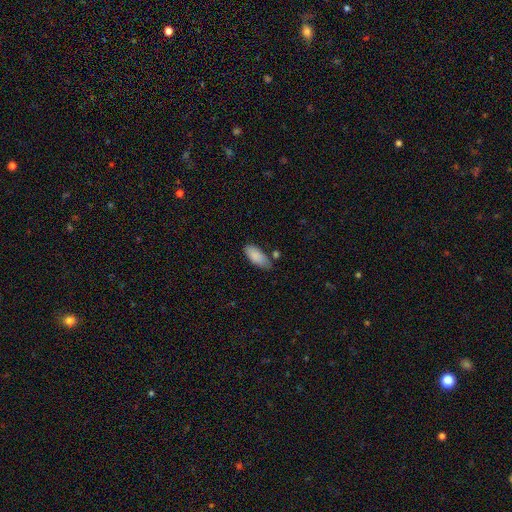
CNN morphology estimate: The model was most divided on "merging": none: 66%, minor disturbance: 21%, merger: 9%, major disturbance: 4%. More confident: smooth or featured — smooth (88%); how rounded — in between (87%).